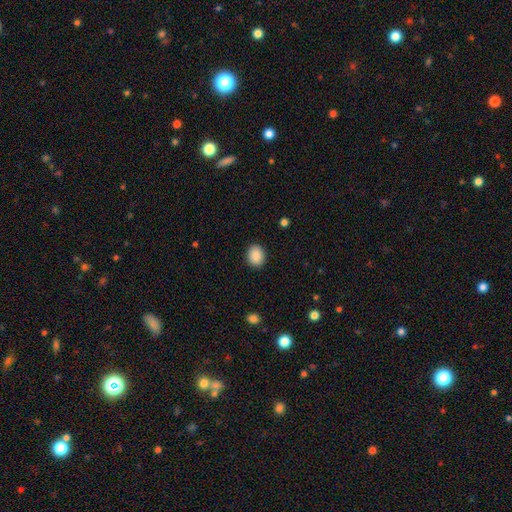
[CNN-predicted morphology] type=smooth (89%); roundness=in between (56%); merging=none (90%).